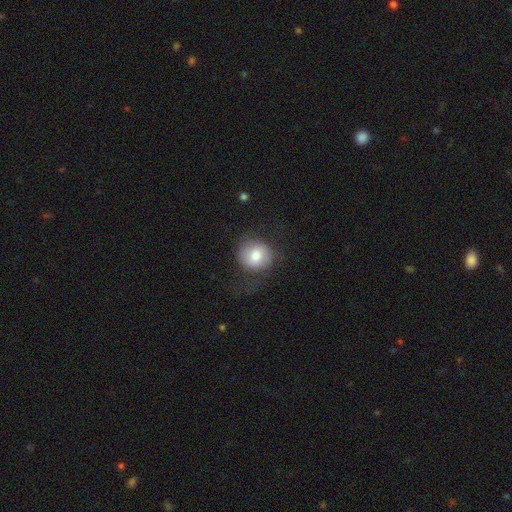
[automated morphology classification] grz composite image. It shows a smooth galaxy with no disk features (72%) that is round (83%). Merging: none (62%).